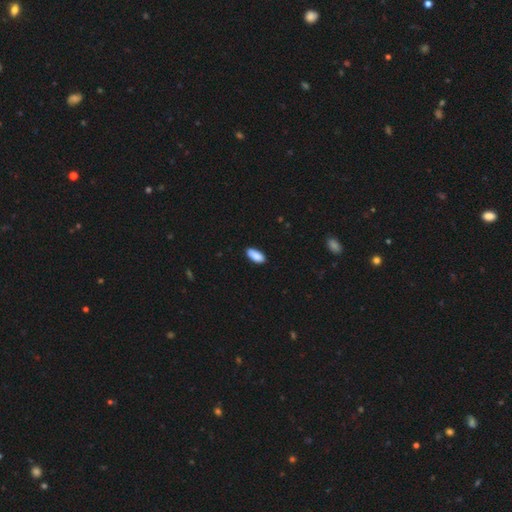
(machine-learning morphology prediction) The model was most divided on "merging": none: 84%, minor disturbance: 13%, major disturbance: 2%, merger: 1%. More confident: smooth or featured — smooth (89%); how rounded — in between (88%).